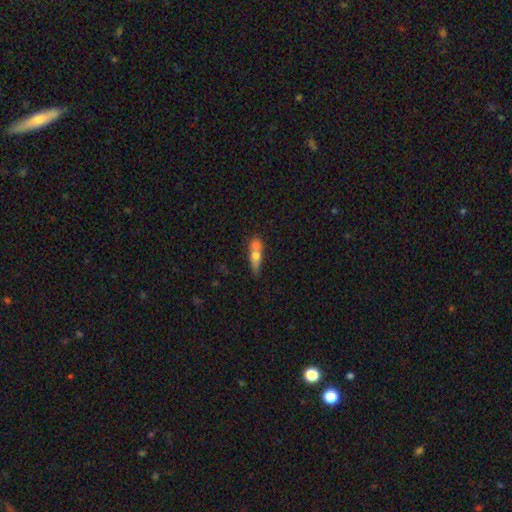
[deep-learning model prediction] smooth_or_featured: smooth (p=0.60) [alt: featured or disk p=0.32]
how_rounded: in between (p=0.46) [alt: cigar-shaped p=0.45]
merging: merger (p=0.49) [alt: none p=0.32]